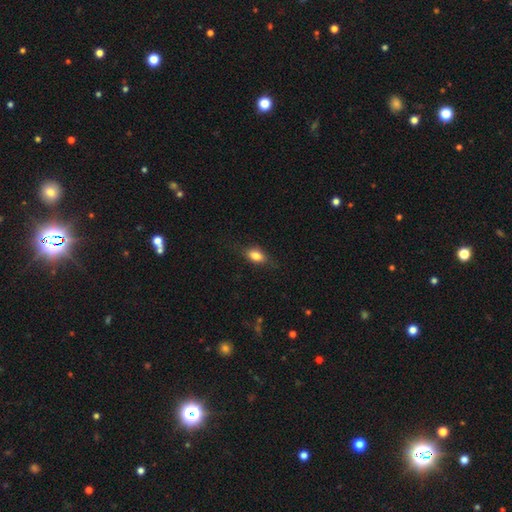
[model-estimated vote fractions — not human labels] smooth-or-featured: smooth: 78% | featured or disk: 14% | star or artifact: 8%
  how-rounded: in between: 81% | cigar-shaped: 10% | round: 9%
  merging: none: 75% | minor disturbance: 19% | major disturbance: 5% | merger: 1%